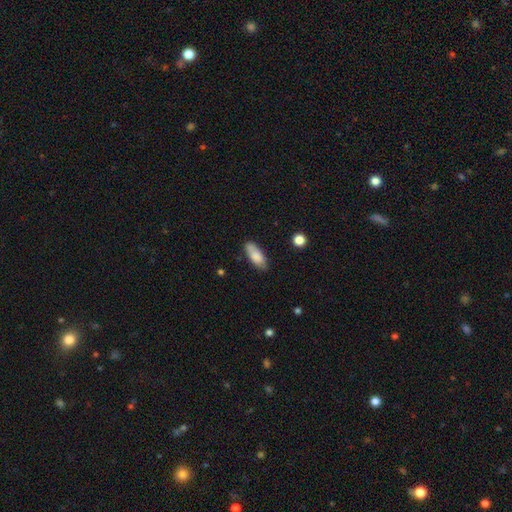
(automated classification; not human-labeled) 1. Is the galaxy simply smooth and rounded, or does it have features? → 82% smooth, 11% featured or disk, 7% star or artifact.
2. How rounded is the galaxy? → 78% in between, 20% cigar-shaped, 2% round.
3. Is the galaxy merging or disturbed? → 75% none, 19% minor disturbance, 3% major disturbance, 3% merger.